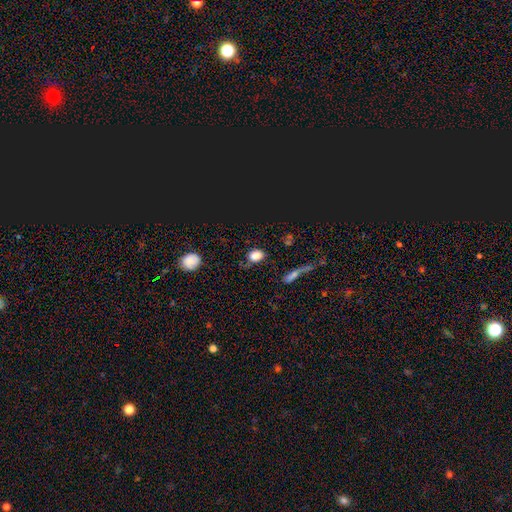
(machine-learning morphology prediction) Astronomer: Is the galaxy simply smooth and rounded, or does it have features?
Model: smooth — 78%.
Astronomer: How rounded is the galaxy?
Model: in between — 70%.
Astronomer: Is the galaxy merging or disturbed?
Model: none — 69%.